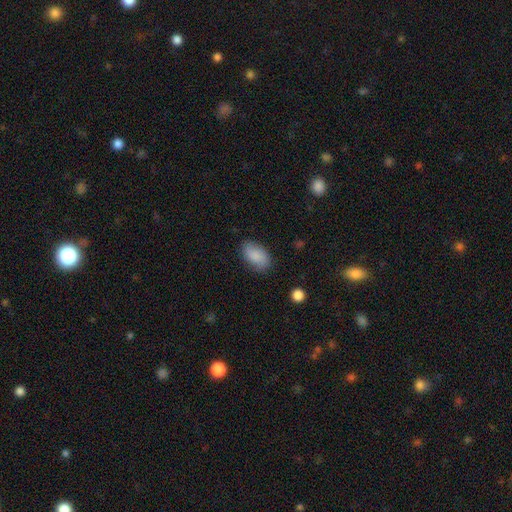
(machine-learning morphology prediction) type=smooth (83%); roundness=in between (93%); merging=none (79%).